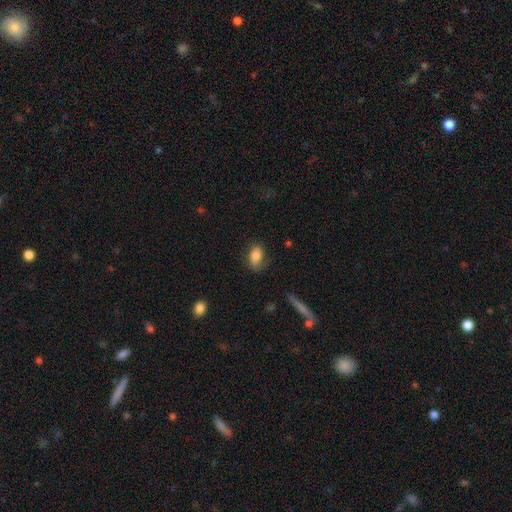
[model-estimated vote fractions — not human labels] Smooth or featured? Predicted: smooth (p=0.81). How rounded? Predicted: in between (p=0.89). Merging? Predicted: none (p=0.69).